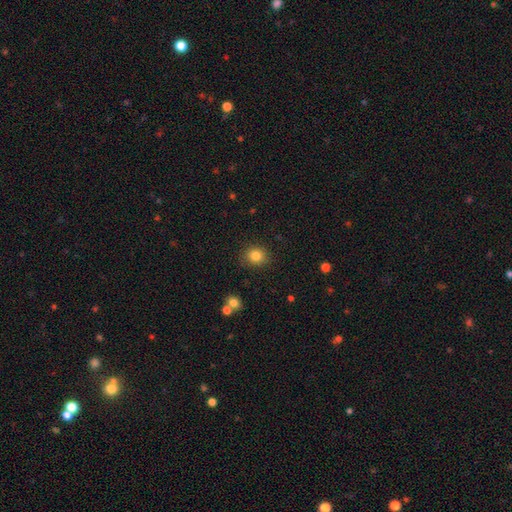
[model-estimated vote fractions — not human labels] smooth 83%, star or artifact 11%, featured or disk 6%. Down the decision tree: how rounded — round (76%); merging — none (86%).